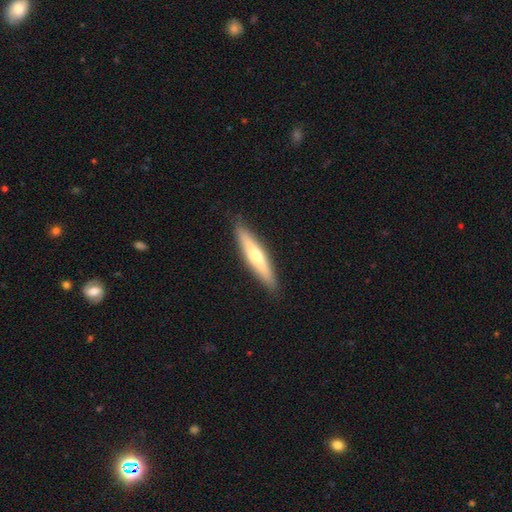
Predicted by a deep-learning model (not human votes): Smooth or featured?
  - featured or disk: 48% *
  - smooth: 46%
  - star or artifact: 5%
Merging?
  - none: 90% *
  - minor disturbance: 8%
  - major disturbance: 2%
  - merger: 1%